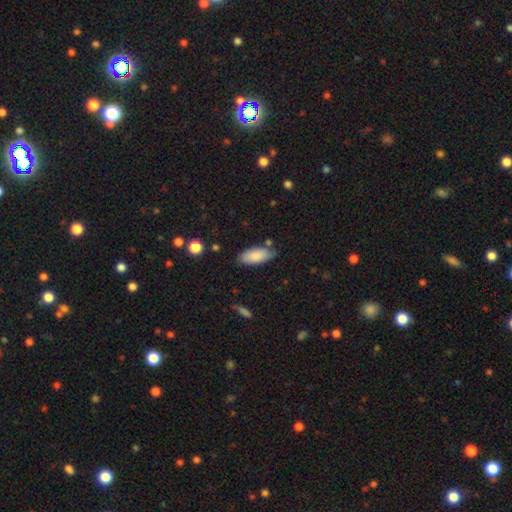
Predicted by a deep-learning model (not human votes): smooth-or-featured: smooth: 86% | featured or disk: 8% | star or artifact: 6%
  how-rounded: in between: 87% | cigar-shaped: 11% | round: 2%
  merging: none: 75% | minor disturbance: 18% | merger: 4% | major disturbance: 3%